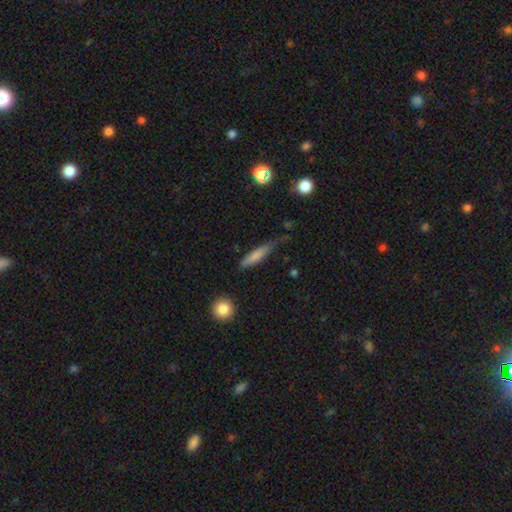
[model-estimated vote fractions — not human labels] Smooth or featured? Predicted: smooth (p=0.76). How rounded? Predicted: cigar-shaped (p=0.79). Merging? Predicted: none (p=0.53).